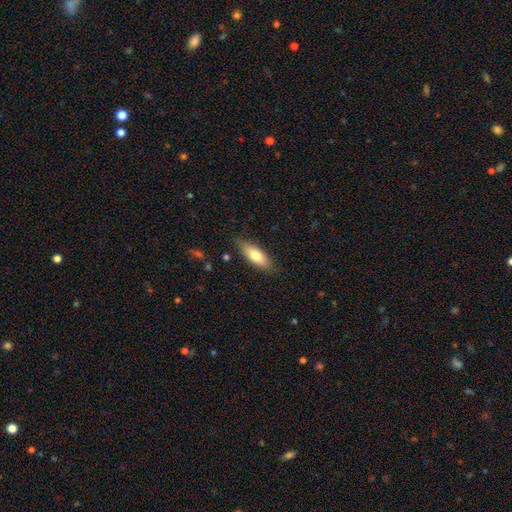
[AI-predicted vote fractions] Smooth or featured? Predicted: smooth (p=0.70). How rounded? Predicted: in between (p=0.65). Merging? Predicted: none (p=0.82).